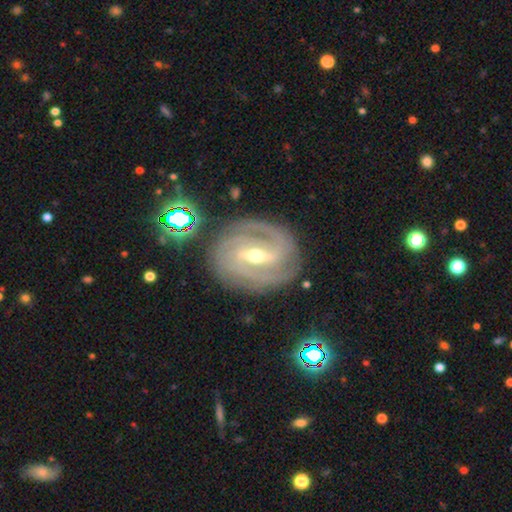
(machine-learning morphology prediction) Smooth or featured? Predicted: featured or disk (p=0.90). Edge-on disk? Predicted: no (p=0.96). Bar? Predicted: strong (p=0.54). Spiral arms? Predicted: yes (p=0.97). Spiral winding? Predicted: tight (p=0.70). Spiral arm count? Predicted: 3 (p=0.34). Bulge size? Predicted: moderate (p=0.57). Merging? Predicted: none (p=0.82).